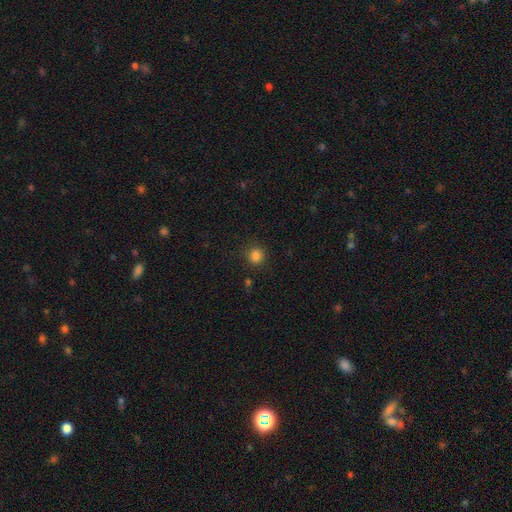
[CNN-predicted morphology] A smooth galaxy with no disk features (83%) that is round (89%). Merging: none (87%).